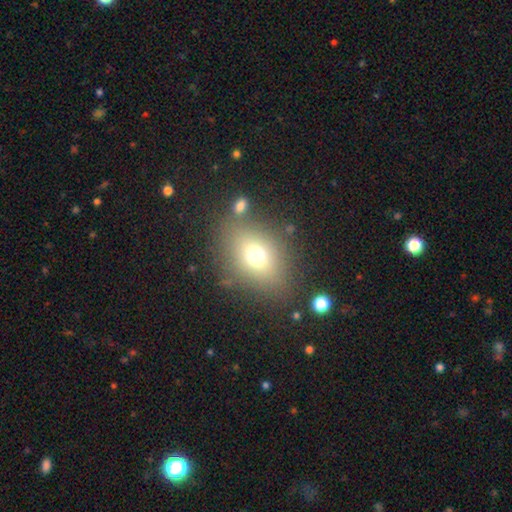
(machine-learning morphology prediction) The model was most divided on "how rounded": in between: 64%, round: 35%, cigar-shaped: 2%. More confident: merging — none (75%); smooth or featured — smooth (70%).